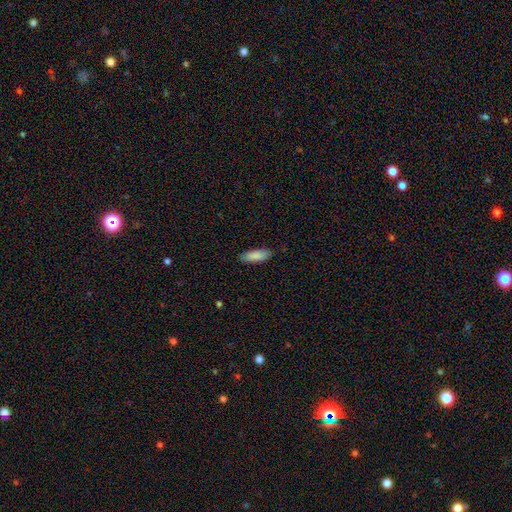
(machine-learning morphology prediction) Smooth or featured? Predicted: smooth (p=0.89). How rounded? Predicted: in between (p=0.62). Merging? Predicted: none (p=0.87).